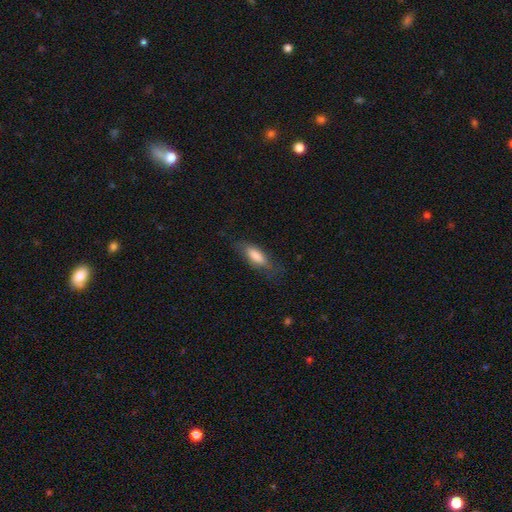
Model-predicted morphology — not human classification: Overall: smooth (76%). How rounded: in between (64%; cigar-shaped 34%). Merging: none (69%).